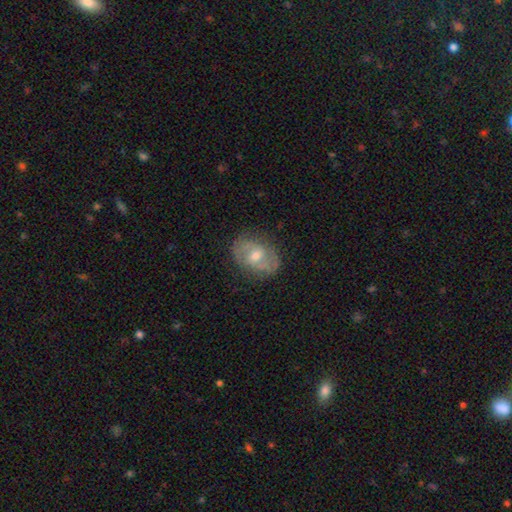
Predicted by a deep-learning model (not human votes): This is possibly a featured or disk galaxy (59%). It is clearly not viewed edge-on (95%). Bar: possibly weak (49%). Spiral arm pattern: likely yes (67%). Central bulge: likely moderate (64%). Merging: likely none (74%).